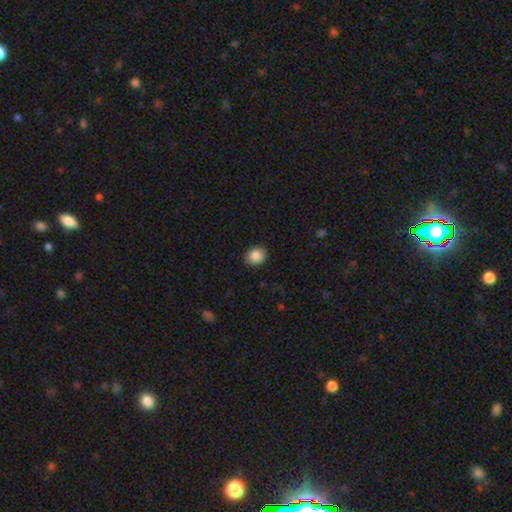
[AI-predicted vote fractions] This appears to be a smooth galaxy with no disk features (87%) that is round (63%). Merging: none (90%).